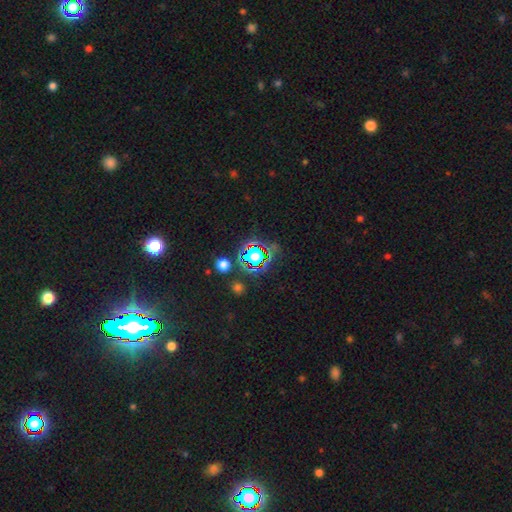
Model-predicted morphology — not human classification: smooth_or_featured: star or artifact (p=0.61) [alt: smooth p=0.27]